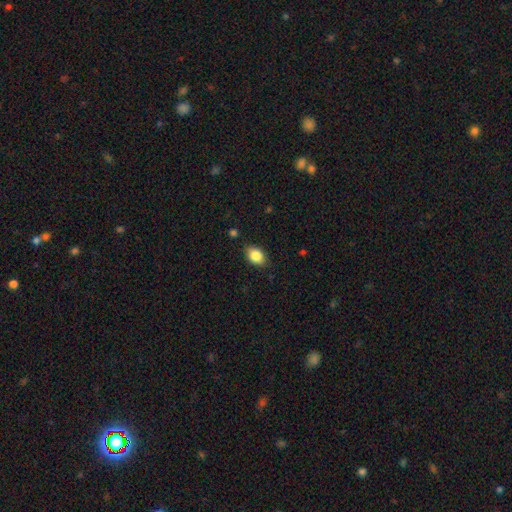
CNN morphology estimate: Smooth or featured? Predicted: smooth (p=0.84). How rounded? Predicted: in between (p=0.80). Merging? Predicted: none (p=0.83).